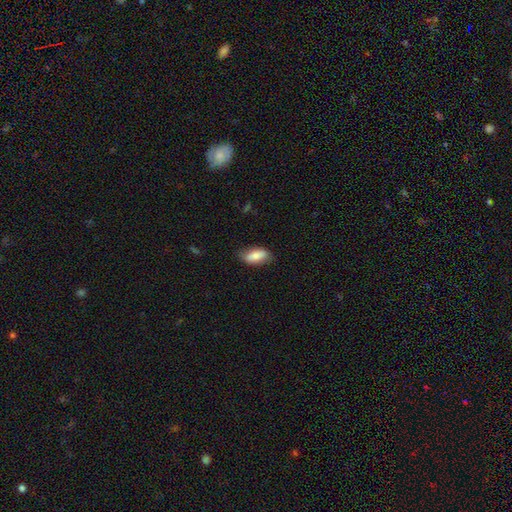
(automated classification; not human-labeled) Overall: smooth (82%). How rounded: in between (87%). Merging: none (77%).